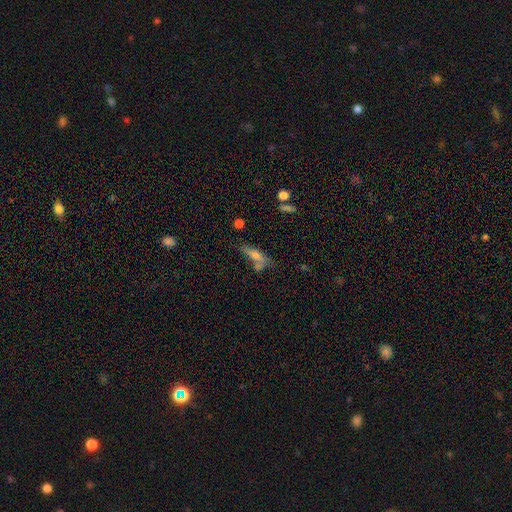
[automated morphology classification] Smooth or featured?
  - smooth: 48% *
  - featured or disk: 39%
  - star or artifact: 13%
Merging?
  - none: 45% *
  - merger: 22%
  - minor disturbance: 21%
  - major disturbance: 12%